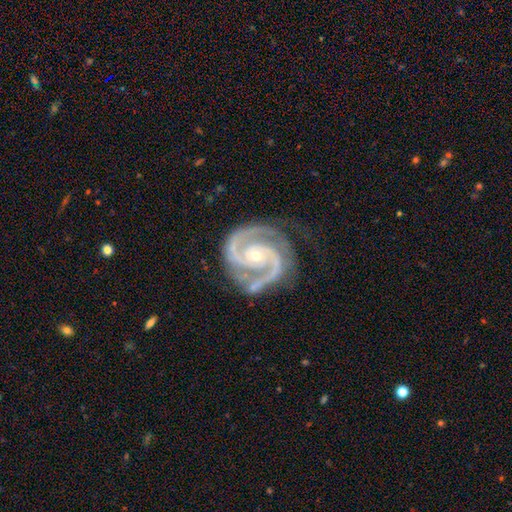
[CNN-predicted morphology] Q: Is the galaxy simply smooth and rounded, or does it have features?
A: featured or disk — 94%.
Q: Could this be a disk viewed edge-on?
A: no — 98%.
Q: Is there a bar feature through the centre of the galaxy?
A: no — 64%.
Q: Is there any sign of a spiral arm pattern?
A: yes — 99%.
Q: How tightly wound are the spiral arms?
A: tight — 55%.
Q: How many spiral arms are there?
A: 2 — 90%.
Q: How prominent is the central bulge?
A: small — 66%.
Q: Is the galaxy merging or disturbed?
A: none — 73%.